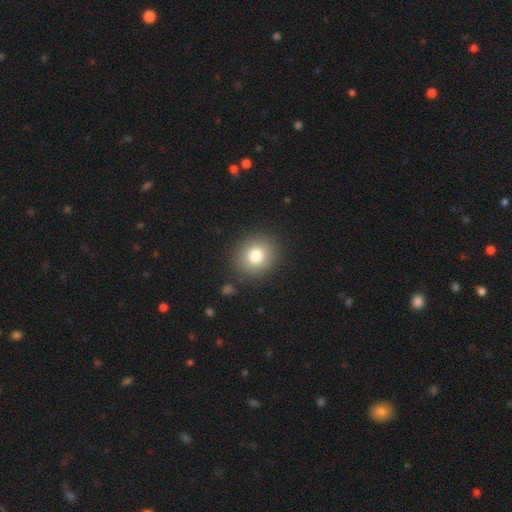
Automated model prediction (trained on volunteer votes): Smooth or featured? smooth (80%)
How rounded? round (75%)
Merging? none (87%)